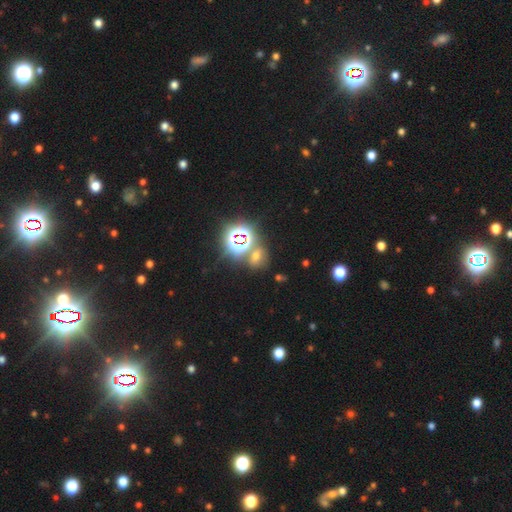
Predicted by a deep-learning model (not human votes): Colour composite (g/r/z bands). It shows a star or artifact, not a galaxy (55%).